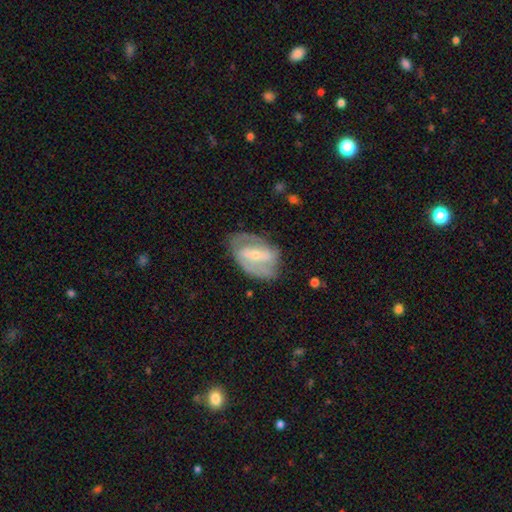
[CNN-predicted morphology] smooth_or_featured: featured or disk (p=0.80) [alt: smooth p=0.14]
disk_edge_on: no (p=0.96) [alt: yes p=0.04]
bar: strong (p=0.41) [alt: weak p=0.39]
has_spiral_arms: yes (p=0.89) [alt: no p=0.11]
spiral_winding: medium (p=0.47) [alt: tight p=0.35]
spiral_arm_count: 2 (p=0.73) [alt: can't tell p=0.13]
bulge_size: small (p=0.61) [alt: moderate p=0.36]
merging: none (p=0.70) [alt: minor disturbance p=0.20]